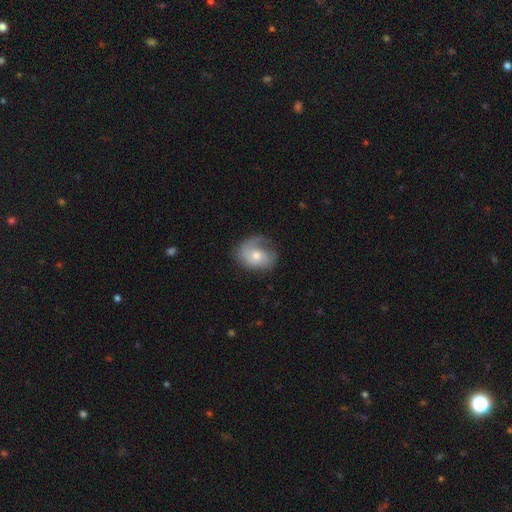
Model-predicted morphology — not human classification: The model was most divided on "bulge size": moderate: 56%, small: 38%, large: 3%, none: 2%, dominant: 1%. More confident: edge-on disk — no (97%); spiral arms — yes (85%); bar — no (73%); smooth or featured — featured or disk (60%); merging — none (58%).